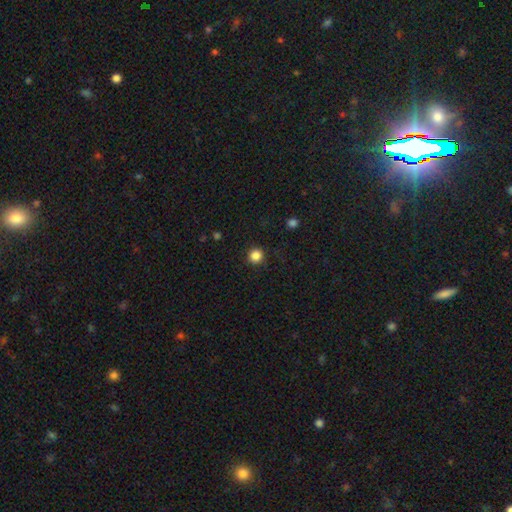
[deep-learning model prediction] Smooth or featured: smooth — 86% (star or artifact — 11%)
How rounded: round — 94% (in between — 5%)
Merging: none — 91% (minor disturbance — 6%)